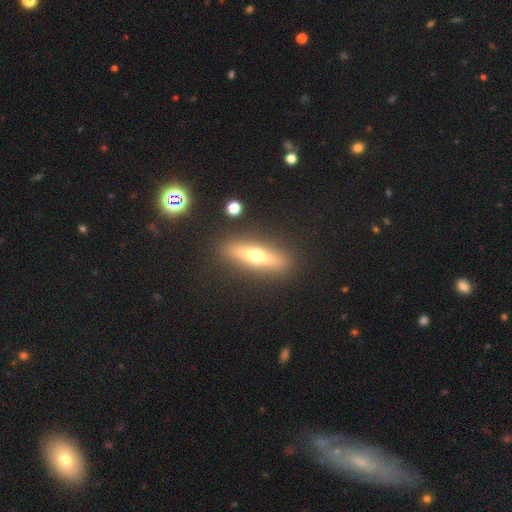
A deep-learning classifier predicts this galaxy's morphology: Smooth or featured?
  - featured or disk: 54% *
  - smooth: 37%
  - star or artifact: 8%
Edge-on disk?
  - yes: 88% *
  - no: 12%
Merging?
  - none: 88% *
  - minor disturbance: 7%
  - major disturbance: 3%
  - merger: 2%